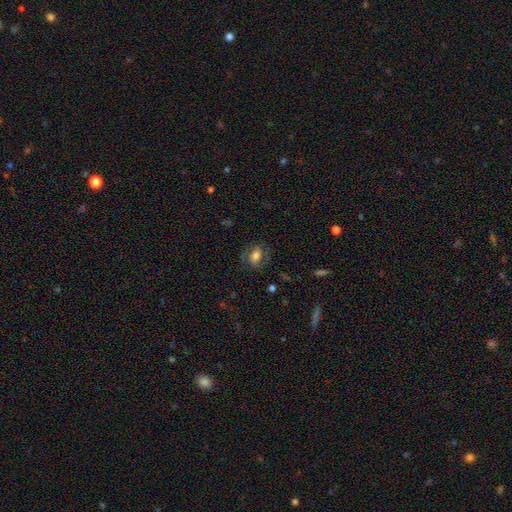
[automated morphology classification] Q: Smooth or featured?
A: smooth (51%); runner-up: featured or disk (39%)
Q: How rounded?
A: in between (73%); runner-up: round (25%)
Q: Merging?
A: none (68%); runner-up: minor disturbance (17%)